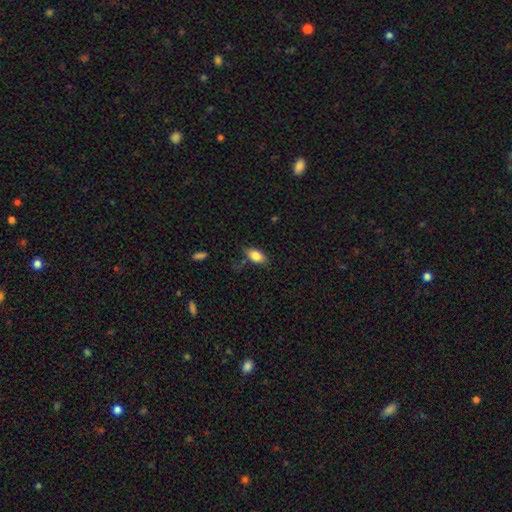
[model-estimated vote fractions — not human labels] Smooth or featured? smooth (84%)
How rounded? in between (90%)
Merging? none (75%)